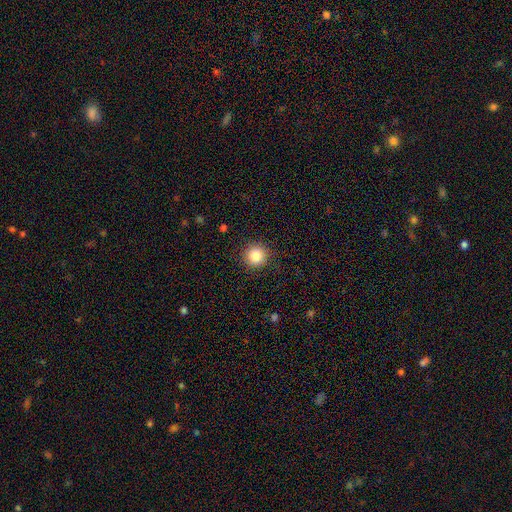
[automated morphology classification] This appears to be a smooth galaxy with no disk features (86%) that is round (95%). Merging: none (90%).